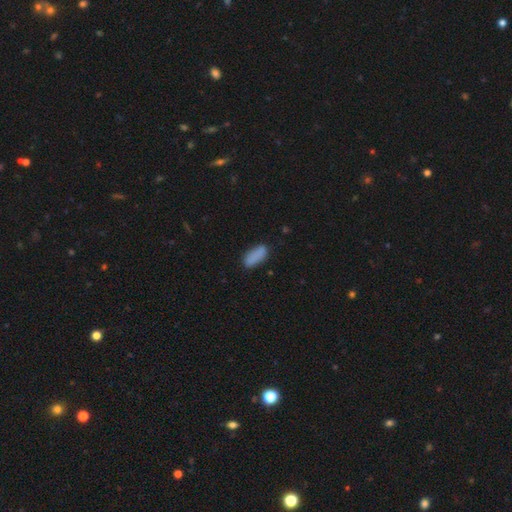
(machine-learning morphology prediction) A smooth galaxy with no disk features (87%) that is in between round and cigar-shaped (80%). Merging: none (78%).